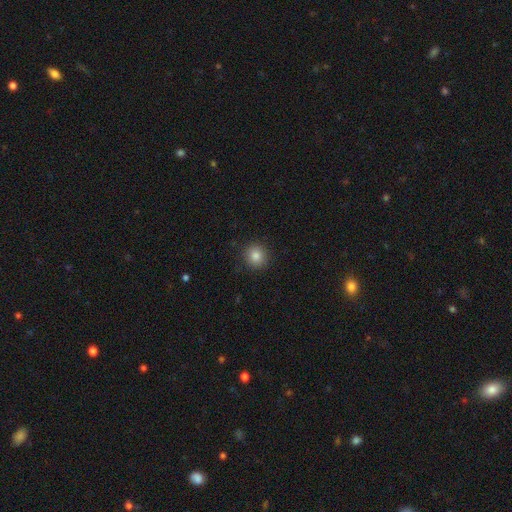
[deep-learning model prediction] A smooth galaxy with no disk features (84%) that is round (91%).

Vote fractions:
- Smooth or featured? smooth: 84% / star or artifact: 11% / featured or disk: 5%
- How rounded? round: 91% / in between: 8% / cigar-shaped: 1%
- Merging? none: 90% / minor disturbance: 7% / major disturbance: 2% / merger: 1%